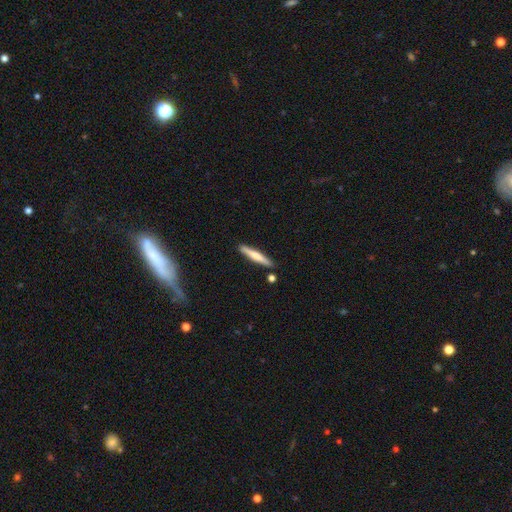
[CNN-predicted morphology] Smooth or featured?
  - smooth: 55% *
  - featured or disk: 40%
  - star or artifact: 5%
How rounded?
  - cigar-shaped: 93% *
  - in between: 6%
  - round: 1%
Merging?
  - none: 86% *
  - minor disturbance: 9%
  - merger: 3%
  - major disturbance: 2%